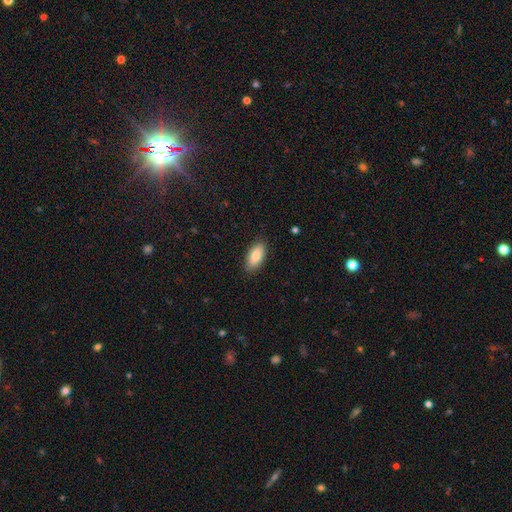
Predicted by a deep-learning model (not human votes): Smooth or featured?
  - smooth: 85% *
  - featured or disk: 8%
  - star or artifact: 6%
How rounded?
  - in between: 89% *
  - cigar-shaped: 9%
  - round: 2%
Merging?
  - none: 87% *
  - minor disturbance: 10%
  - major disturbance: 2%
  - merger: 1%